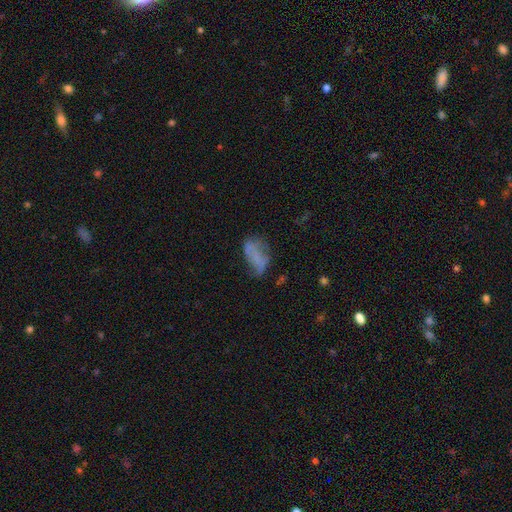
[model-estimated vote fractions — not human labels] smooth_or_featured: smooth (p=0.50) [alt: featured or disk p=0.37]
how_rounded: in between (p=0.89) [alt: cigar-shaped p=0.06]
merging: none (p=0.38) [alt: minor disturbance p=0.29]